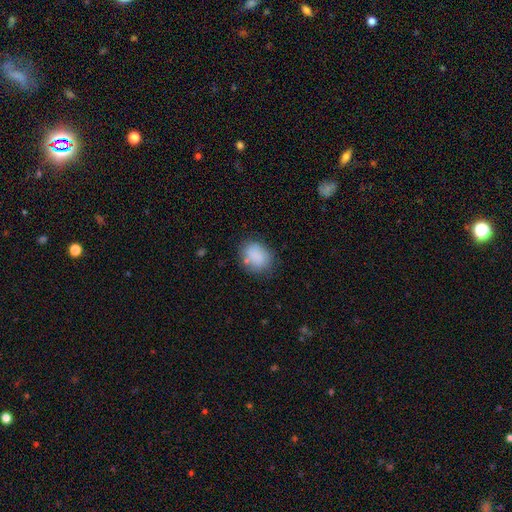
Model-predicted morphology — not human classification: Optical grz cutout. It shows a smooth galaxy with no disk features (84%) that is in between round and cigar-shaped (52%). Merging: none (71%).